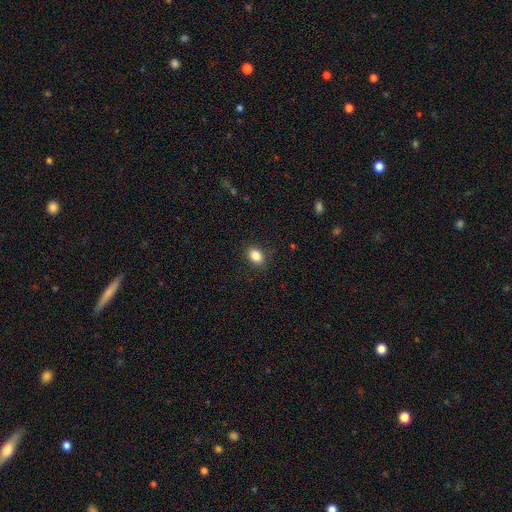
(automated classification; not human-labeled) smooth 86%, star or artifact 9%, featured or disk 5%. Down the decision tree: how rounded — in between (77%); merging — none (88%).